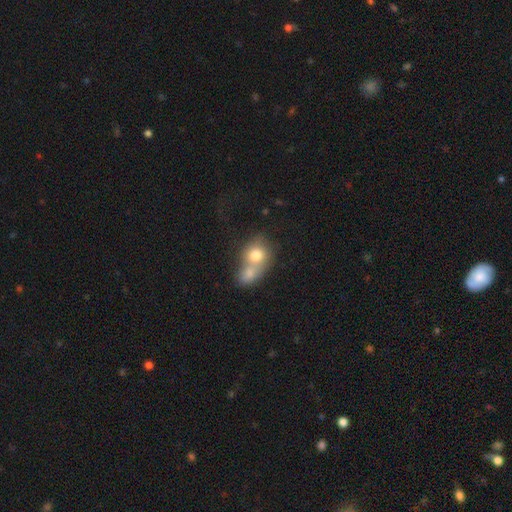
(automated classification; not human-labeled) Morphology: type=smooth (74%); roundness=round (60%); merging=merger (72%).